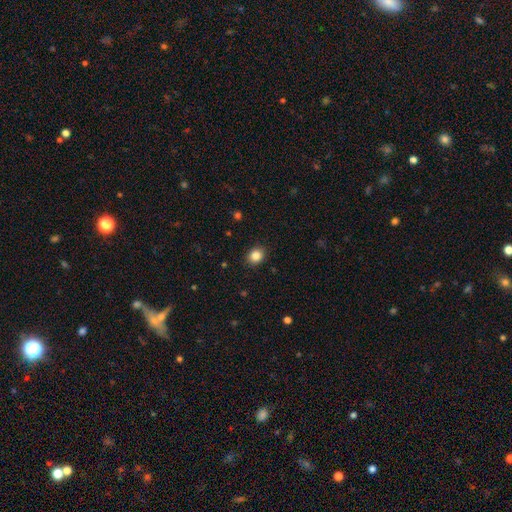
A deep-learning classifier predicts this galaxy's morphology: This appears to be a smooth galaxy with no disk features (85%) that is round (65%). Merging: none (90%).